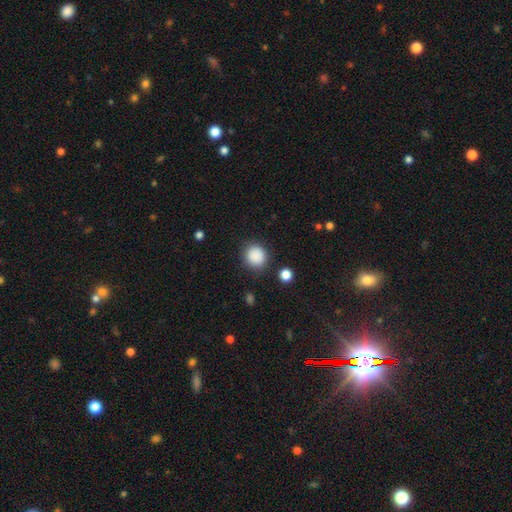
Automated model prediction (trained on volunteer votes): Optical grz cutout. It shows a smooth galaxy with no disk features (88%) that is round (88%). Merging: none (86%).